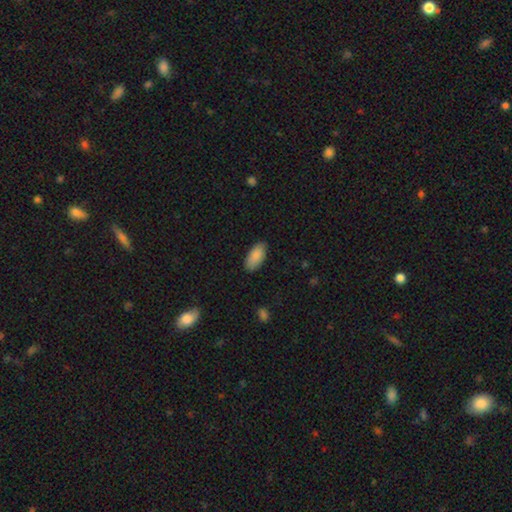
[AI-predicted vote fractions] smooth 89%, star or artifact 6%, featured or disk 4%. Down the decision tree: how rounded — in between (91%); merging — none (85%).